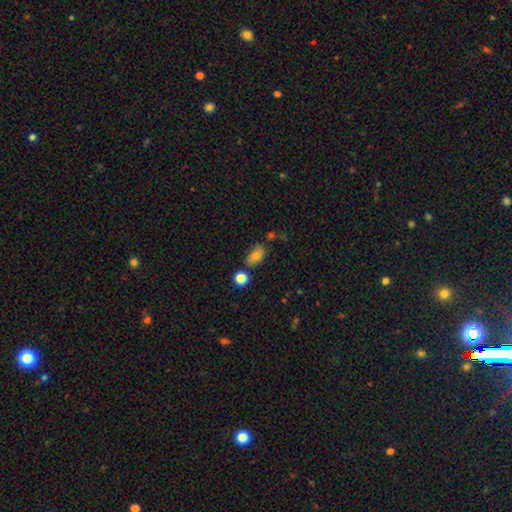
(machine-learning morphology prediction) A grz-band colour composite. It shows a smooth galaxy with no disk features (76%) that is in between round and cigar-shaped (84%). Merging: none (63%).